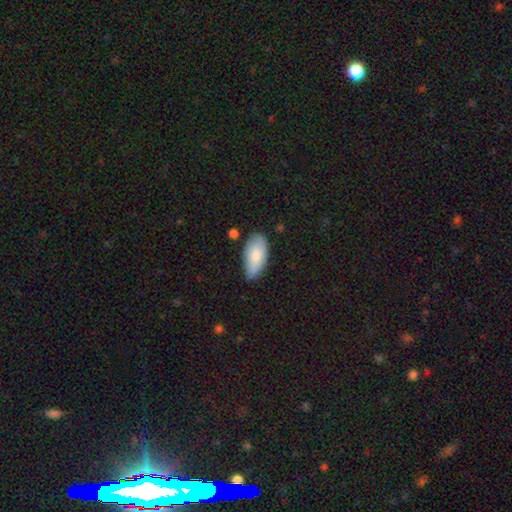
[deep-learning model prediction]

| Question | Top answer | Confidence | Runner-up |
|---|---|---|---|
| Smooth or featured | smooth | 80% | featured or disk (14%) |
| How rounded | in between | 94% | cigar-shaped (4%) |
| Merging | none | 69% | minor disturbance (24%) |